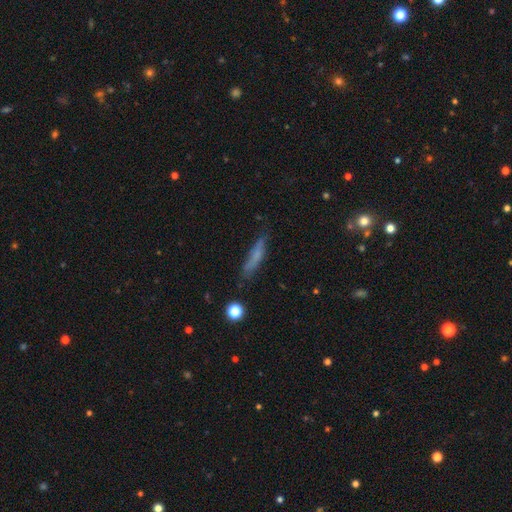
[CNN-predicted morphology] smooth-or-featured: smooth: 60% | featured or disk: 29% | star or artifact: 11%
  how-rounded: cigar-shaped: 83% | in between: 14% | round: 3%
  merging: none: 71% | minor disturbance: 21% | major disturbance: 6% | merger: 2%